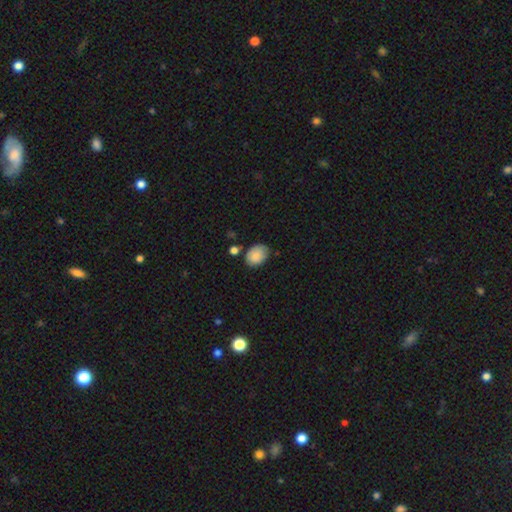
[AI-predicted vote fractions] Smooth or featured? Predicted: smooth (p=0.83). How rounded? Predicted: in between (p=0.74). Merging? Predicted: none (p=0.70).